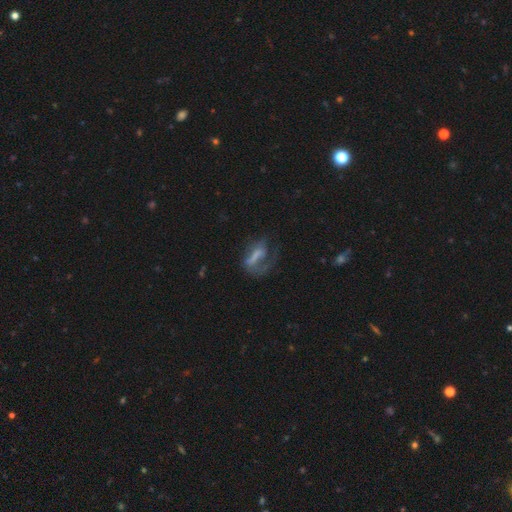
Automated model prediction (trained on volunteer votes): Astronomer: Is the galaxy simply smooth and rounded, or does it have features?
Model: featured or disk — 51% (runner-up: smooth, 39%).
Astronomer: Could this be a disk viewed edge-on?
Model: no — 91%.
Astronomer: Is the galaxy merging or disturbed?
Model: major disturbance — 47% (runner-up: none, 31%).